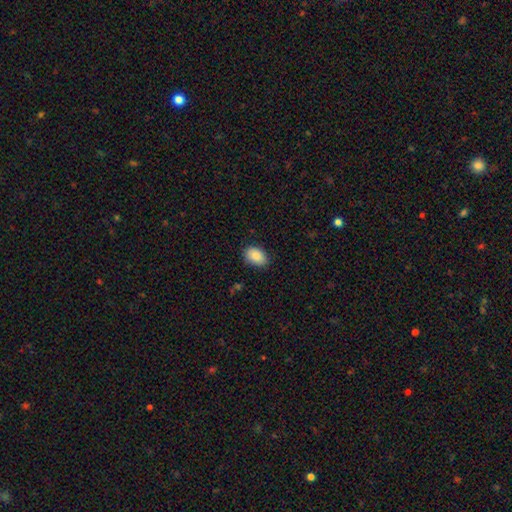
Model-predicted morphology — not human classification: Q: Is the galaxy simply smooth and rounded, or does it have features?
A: smooth — 87%.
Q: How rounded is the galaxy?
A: in between — 85%.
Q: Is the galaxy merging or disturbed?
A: none — 84%.